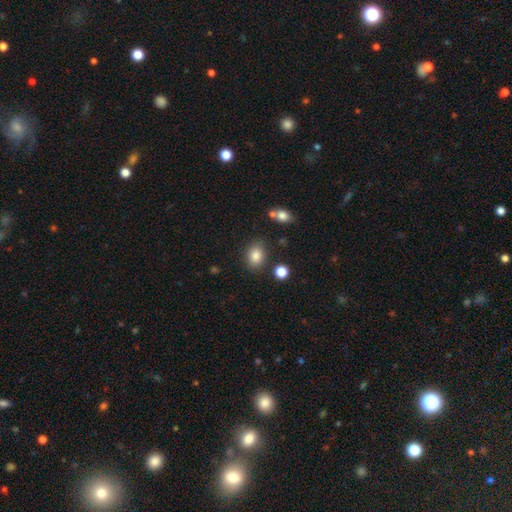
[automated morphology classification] Smooth or featured? smooth (84%)
How rounded? in between (68%)
Merging? none (80%)